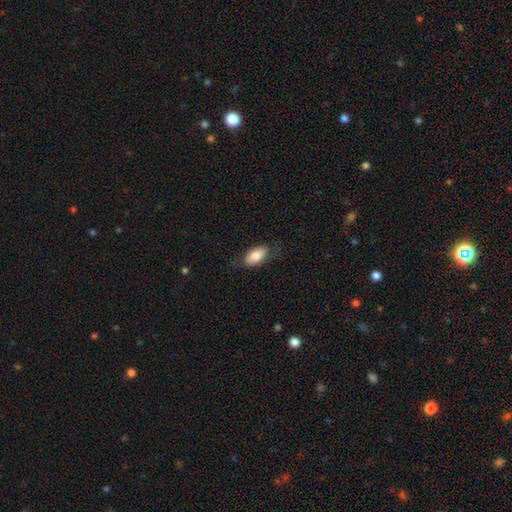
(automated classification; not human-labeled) Overall: smooth (79%). How rounded: in between (91%). Merging: none (75%).